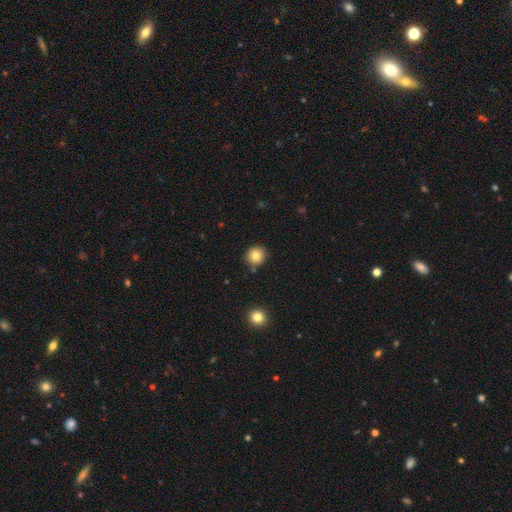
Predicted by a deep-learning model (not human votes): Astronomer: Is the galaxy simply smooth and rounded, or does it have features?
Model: smooth — 81%.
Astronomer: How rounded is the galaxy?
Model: round — 93%.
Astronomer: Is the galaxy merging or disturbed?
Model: none — 88%.